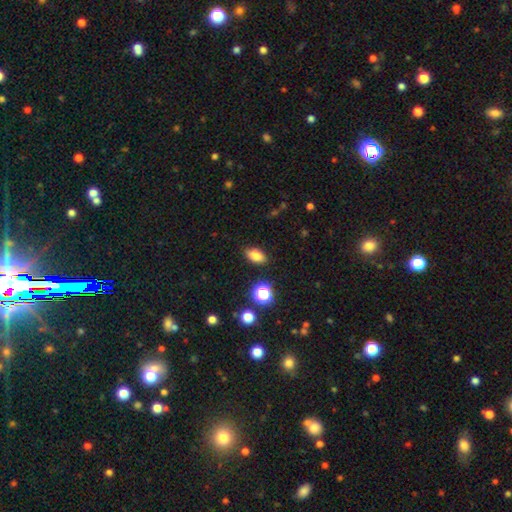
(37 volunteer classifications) This appears to be a smooth galaxy with no disk features (86%) that is in between round and cigar-shaped (88%). Merging: none (83%).